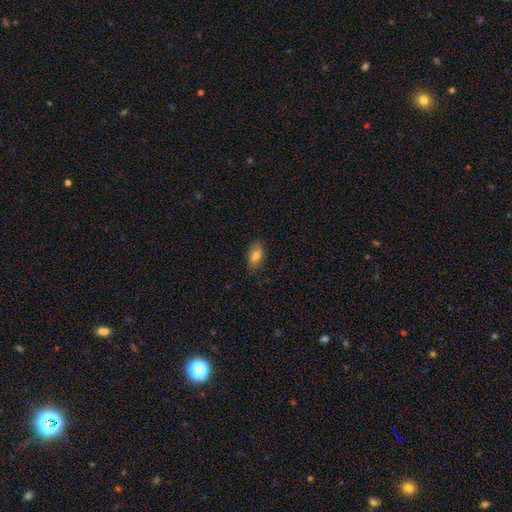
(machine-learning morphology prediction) smooth 80%, featured or disk 11%, star or artifact 8%. Down the decision tree: how rounded — in between (90%); merging — none (79%).